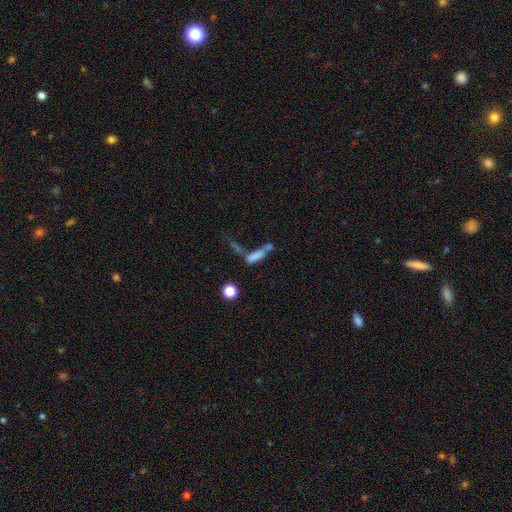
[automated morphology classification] The model was most divided on "merging": merger: 43%, none: 29%, major disturbance: 14%, minor disturbance: 14%. More confident: smooth or featured — smooth (67%); how rounded — cigar-shaped (59%).